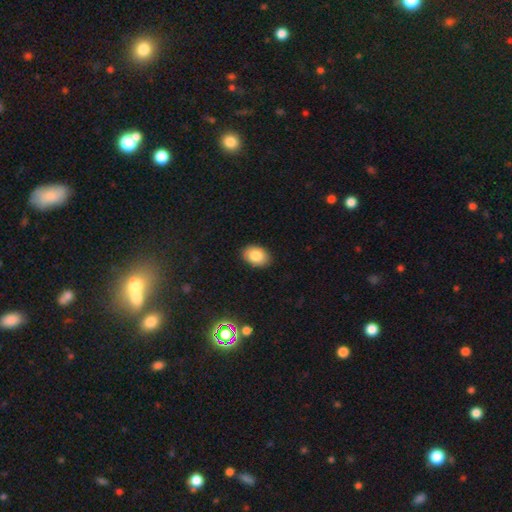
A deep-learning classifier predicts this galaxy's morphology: smooth_or_featured: smooth (p=0.84) [alt: star or artifact p=0.08]
how_rounded: in between (p=0.83) [alt: round p=0.16]
merging: none (p=0.89) [alt: minor disturbance p=0.08]